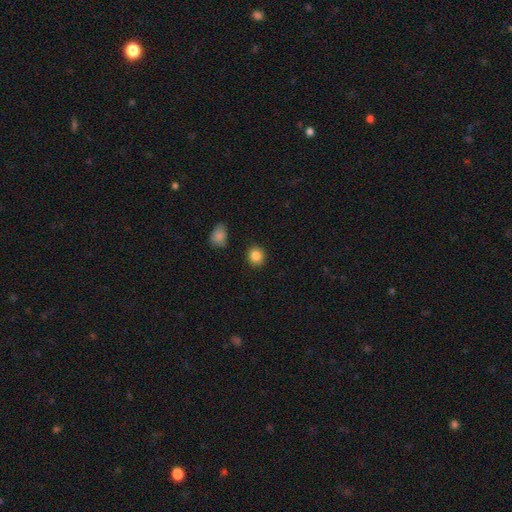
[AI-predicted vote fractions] Q: Smooth or featured?
A: smooth (86%); runner-up: star or artifact (10%)
Q: How rounded?
A: round (86%); runner-up: in between (13%)
Q: Merging?
A: none (89%); runner-up: minor disturbance (7%)